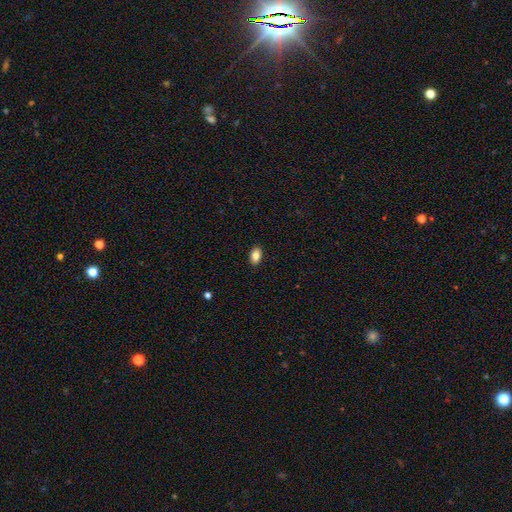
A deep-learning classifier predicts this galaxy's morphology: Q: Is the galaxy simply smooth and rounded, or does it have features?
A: smooth — 84%.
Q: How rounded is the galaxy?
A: in between — 90%.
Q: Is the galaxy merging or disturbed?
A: none — 90%.